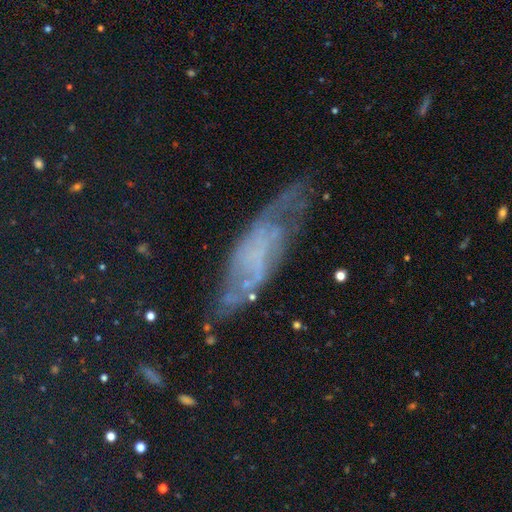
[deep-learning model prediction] A featured or disk galaxy (54%). Merging: none (54%).